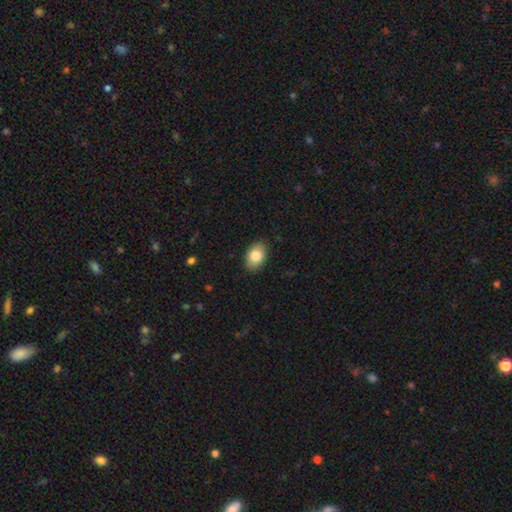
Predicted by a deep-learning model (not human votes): Smooth or featured? smooth (82%)
How rounded? in between (87%)
Merging? none (88%)